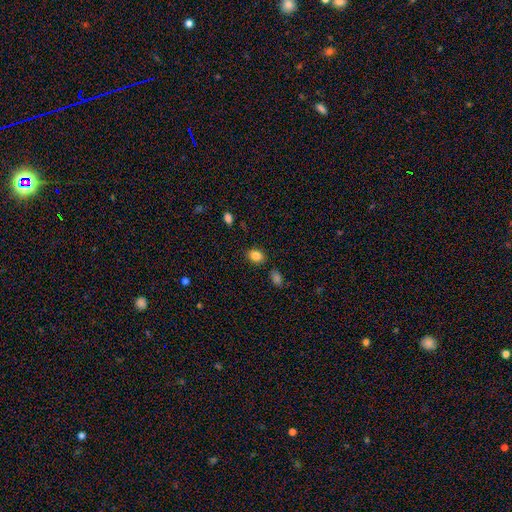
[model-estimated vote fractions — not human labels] smooth 84%, star or artifact 10%, featured or disk 6%. Down the decision tree: how rounded — in between (65%); merging — none (85%).